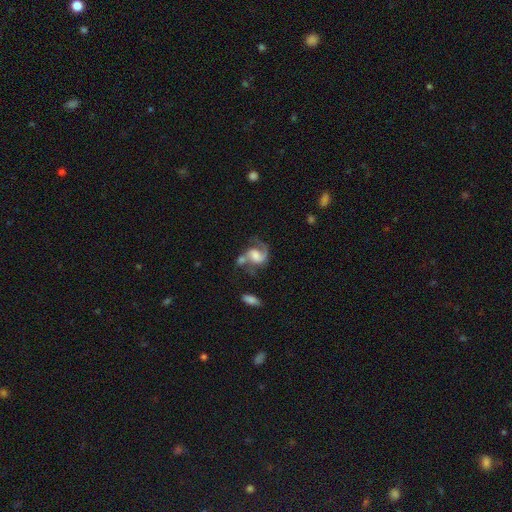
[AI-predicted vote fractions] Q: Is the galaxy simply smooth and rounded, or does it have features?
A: featured or disk — 77%.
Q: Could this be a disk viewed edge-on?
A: no — 97%.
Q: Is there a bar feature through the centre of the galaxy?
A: no — 47%.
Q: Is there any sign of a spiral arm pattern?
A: yes — 93%.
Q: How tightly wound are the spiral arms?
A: medium — 49%.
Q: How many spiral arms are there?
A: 2 — 64%.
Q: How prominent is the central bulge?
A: moderate — 33%.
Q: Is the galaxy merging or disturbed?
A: none — 33%.